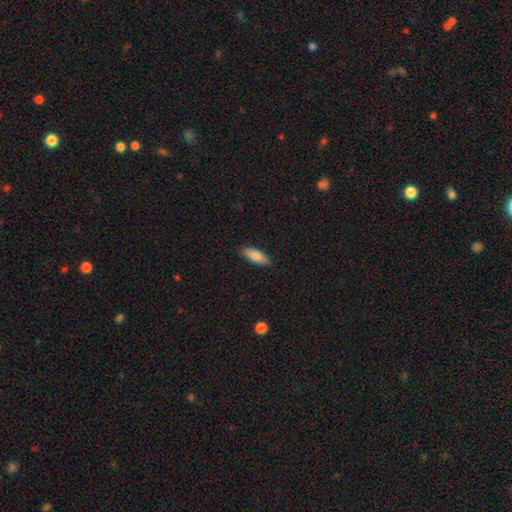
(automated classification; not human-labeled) Smooth or featured?
  - smooth: 85% *
  - featured or disk: 9%
  - star or artifact: 6%
How rounded?
  - in between: 64% *
  - cigar-shaped: 34%
  - round: 2%
Merging?
  - none: 87% *
  - minor disturbance: 10%
  - major disturbance: 2%
  - merger: 1%